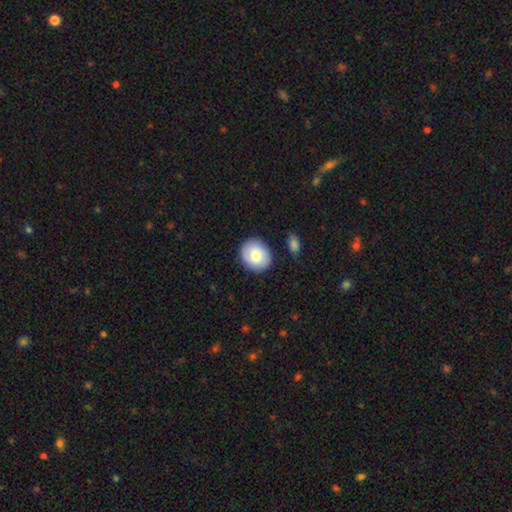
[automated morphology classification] This appears to be a smooth galaxy with no disk features (75%) that is round (75%). Merging: none (83%).